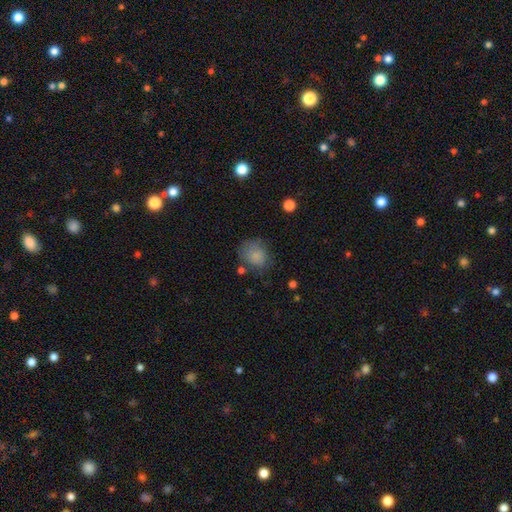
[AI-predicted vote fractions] Morphology: type=smooth (79%); roundness=round (66%); merging=none (59%).